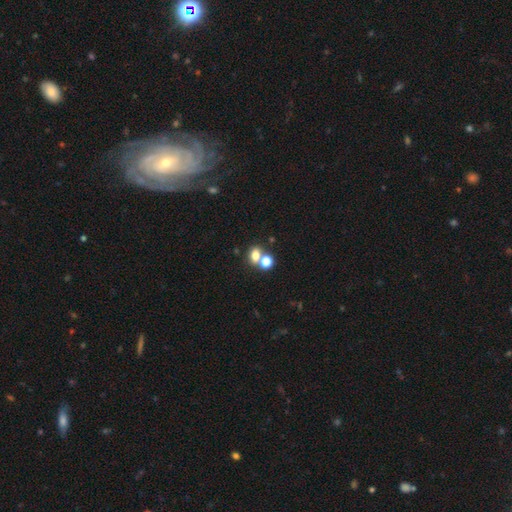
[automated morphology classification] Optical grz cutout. It shows a smooth galaxy with no disk features (74%) that is in between round and cigar-shaped (56%). Merging: none (46%).